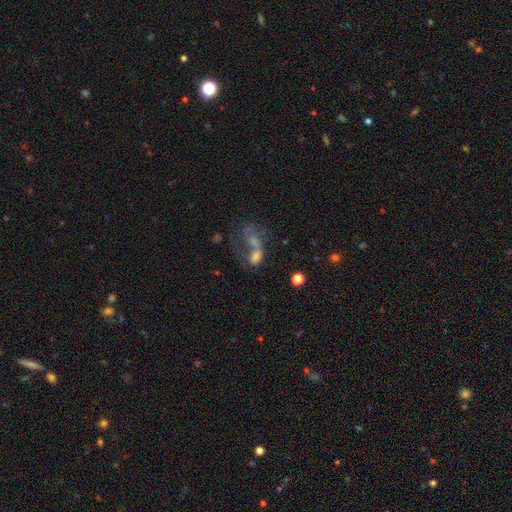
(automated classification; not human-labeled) smooth_or_featured: smooth (p=0.48) [alt: featured or disk p=0.34]
merging: merger (p=0.62) [alt: major disturbance p=0.16]